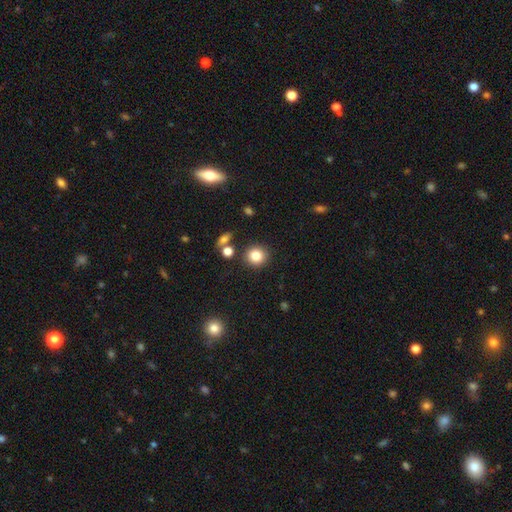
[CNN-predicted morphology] This is clearly a smooth galaxy (83%). How rounded: clearly round (89%). Merging: clearly none (85%).